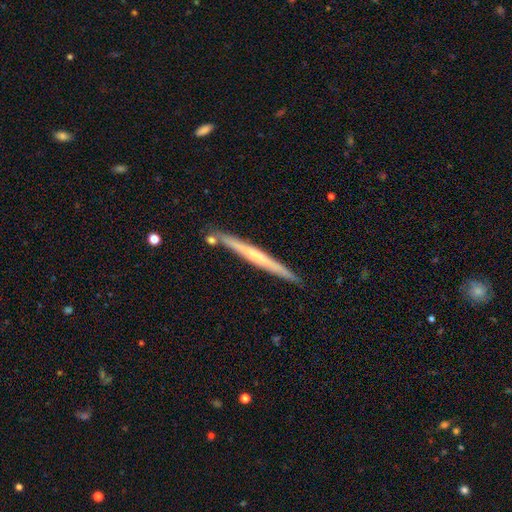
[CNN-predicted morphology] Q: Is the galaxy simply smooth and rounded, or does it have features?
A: featured or disk — 55%.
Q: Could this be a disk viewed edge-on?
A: yes — 97%.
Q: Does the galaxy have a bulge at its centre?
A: none — 69%.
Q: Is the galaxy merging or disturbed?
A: none — 87%.